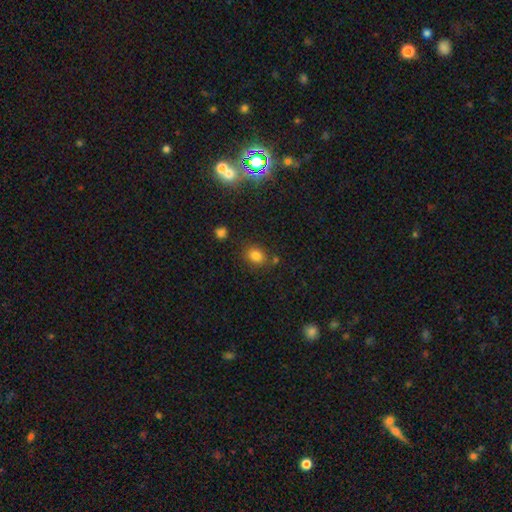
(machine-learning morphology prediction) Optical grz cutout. It shows a smooth galaxy with no disk features (79%) that is in between round and cigar-shaped (56%). Merging: none (74%).